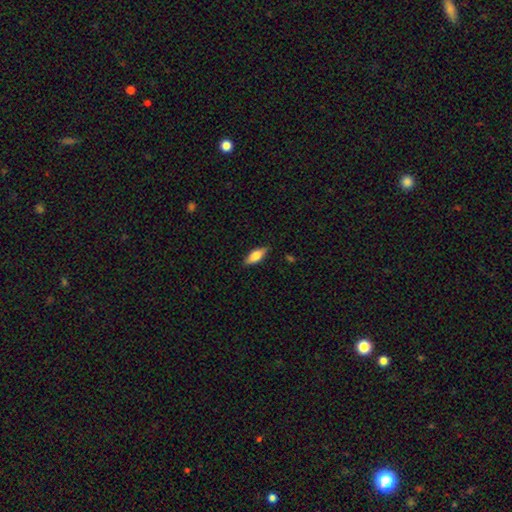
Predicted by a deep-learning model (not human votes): smooth 71%, featured or disk 22%, star or artifact 6%. Down the decision tree: how rounded — in between (75%); merging — none (84%).